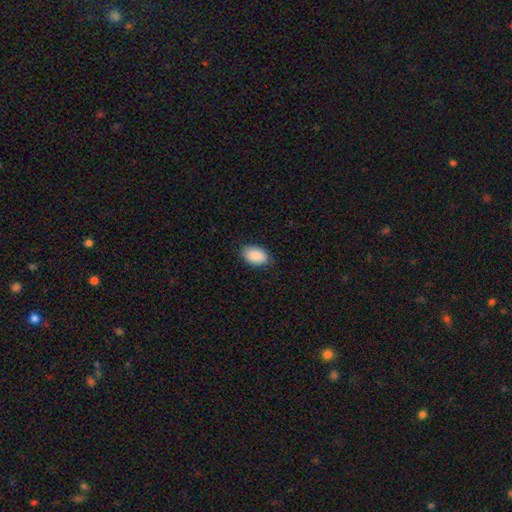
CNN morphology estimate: Smooth or featured? smooth (90%)
How rounded? in between (92%)
Merging? none (84%)